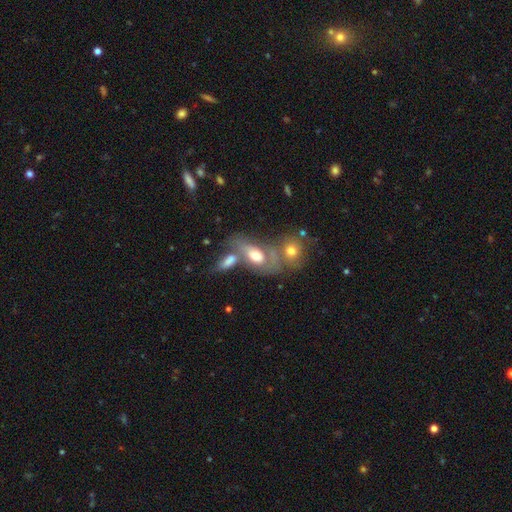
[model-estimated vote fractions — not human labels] Overall: smooth (55%; featured or disk 36%). How rounded: in between (85%). Merging: merger (48%; none 29%).